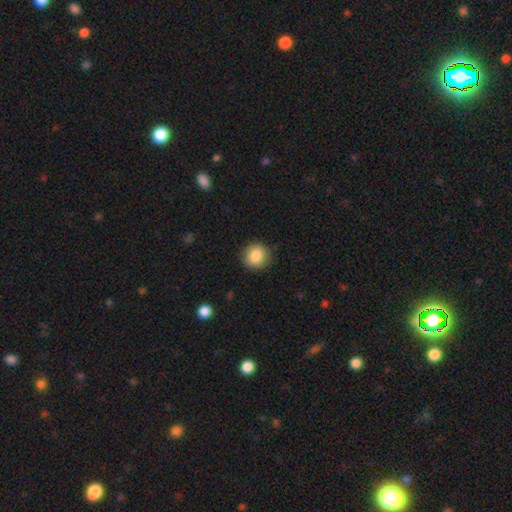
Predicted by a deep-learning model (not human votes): Morphology: type=smooth (86%); roundness=round (88%); merging=none (88%).